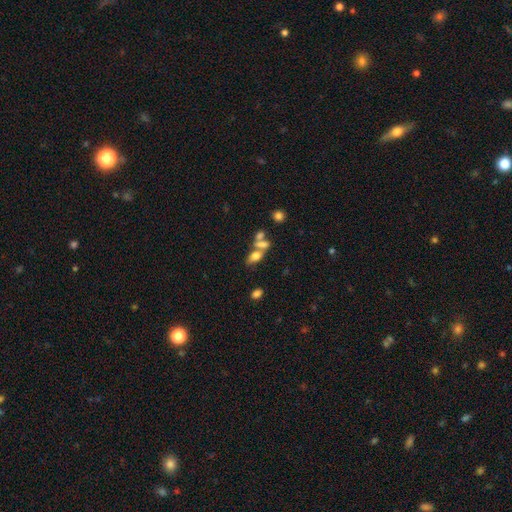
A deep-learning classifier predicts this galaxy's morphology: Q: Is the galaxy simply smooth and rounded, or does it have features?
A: smooth — 67%.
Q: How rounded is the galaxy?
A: in between — 77%.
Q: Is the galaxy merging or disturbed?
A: merger — 45%.